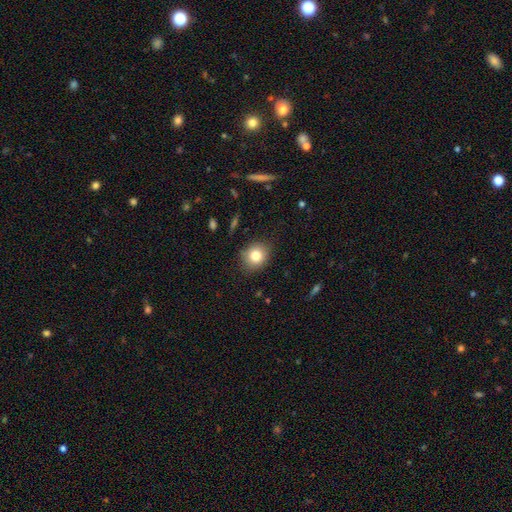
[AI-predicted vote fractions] Morphology: type=smooth (81%); roundness=round (74%); merging=none (84%).